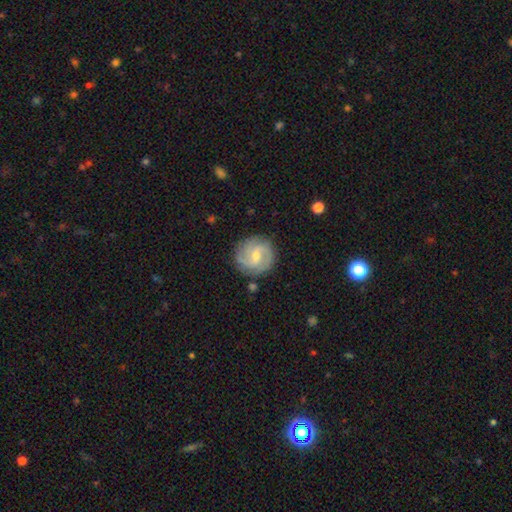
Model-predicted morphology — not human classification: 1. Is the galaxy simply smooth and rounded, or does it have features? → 81% featured or disk, 14% smooth, 6% star or artifact.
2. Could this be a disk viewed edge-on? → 98% no, 2% yes.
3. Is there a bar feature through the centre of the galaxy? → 48% weak, 39% no, 12% strong.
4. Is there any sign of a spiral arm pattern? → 96% yes, 4% no.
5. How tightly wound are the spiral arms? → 46% medium, 38% tight, 16% loose.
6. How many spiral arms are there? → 46% 2, 30% 3, 11% can't tell, 6% 4, 3% 1, 3% more than 4.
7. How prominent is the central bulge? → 54% small, 43% moderate, 1% none, 1% large, 1% dominant.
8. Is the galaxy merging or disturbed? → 85% none, 11% minor disturbance, 3% major disturbance, 2% merger.